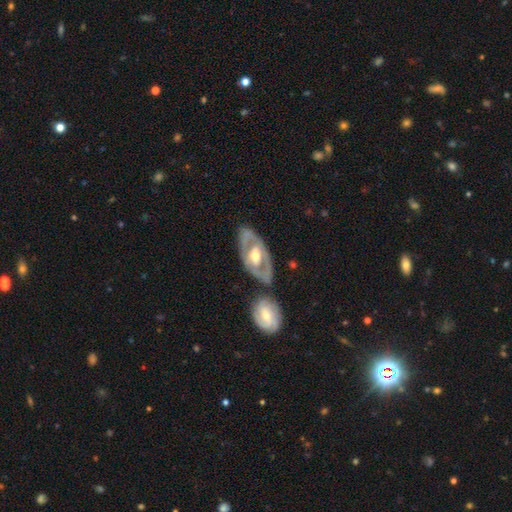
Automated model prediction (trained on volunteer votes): This is likely a featured or disk galaxy (74%). It is clearly not viewed edge-on (90%). Bar: marginally no (44%). Spiral arm pattern: possibly yes (51%). Central bulge: likely moderate (72%). Merging: likely none (63%).